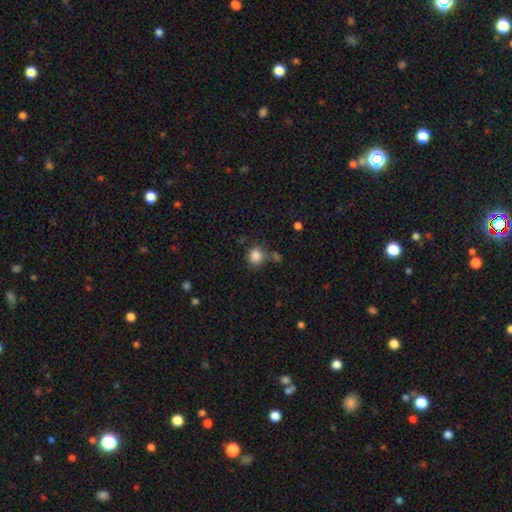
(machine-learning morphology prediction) A smooth galaxy with no disk features (85%) that is round (66%). Merging: none (69%).